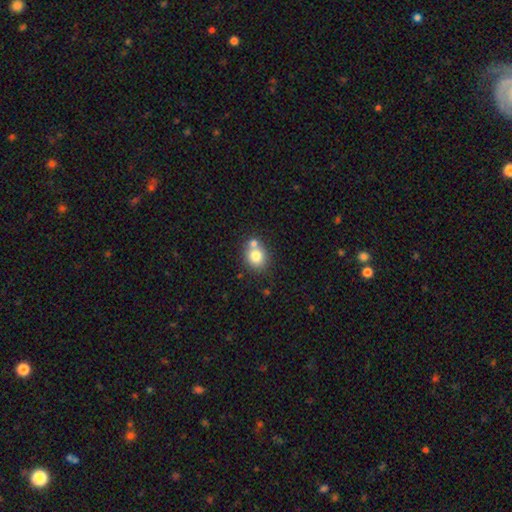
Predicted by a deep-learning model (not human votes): Smooth or featured? smooth (77%)
How rounded? round (70%)
Merging? none (56%)